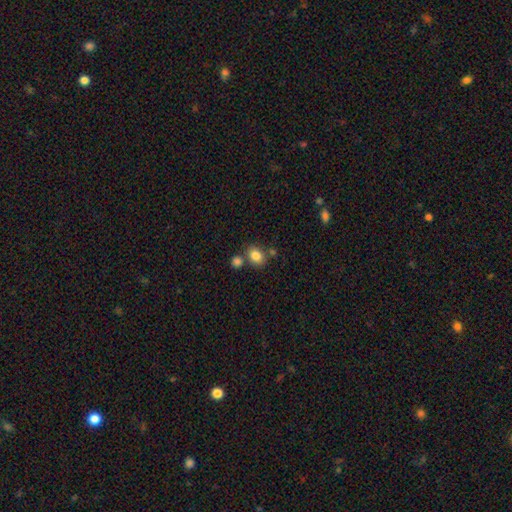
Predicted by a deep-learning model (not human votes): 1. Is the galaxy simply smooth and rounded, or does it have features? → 83% smooth, 10% star or artifact, 7% featured or disk.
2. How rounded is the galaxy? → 54% in between, 45% round, 1% cigar-shaped.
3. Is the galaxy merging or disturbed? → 65% none, 19% merger, 12% minor disturbance, 4% major disturbance.